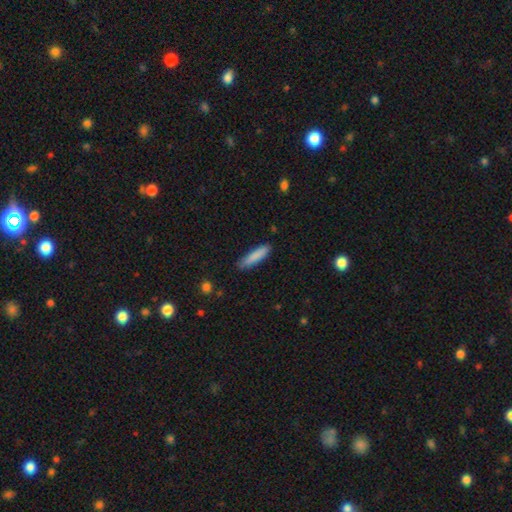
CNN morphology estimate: Smooth or featured? smooth (85%)
How rounded? cigar-shaped (81%)
Merging? none (84%)